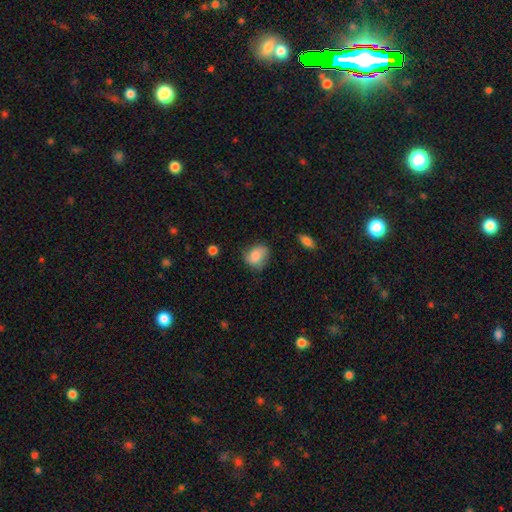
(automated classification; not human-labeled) Q: Smooth or featured?
A: smooth (75%); runner-up: featured or disk (17%)
Q: How rounded?
A: in between (51%); runner-up: round (48%)
Q: Merging?
A: none (59%); runner-up: minor disturbance (30%)